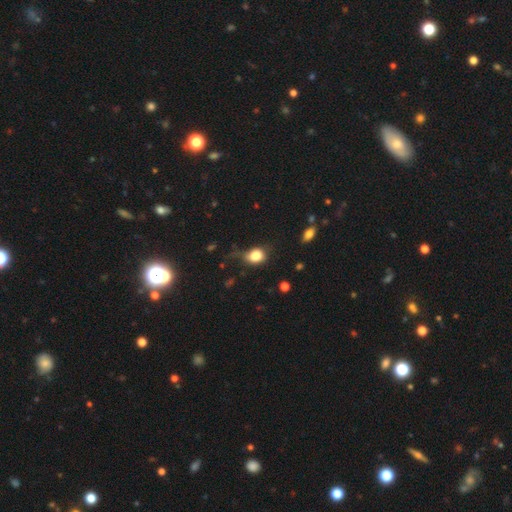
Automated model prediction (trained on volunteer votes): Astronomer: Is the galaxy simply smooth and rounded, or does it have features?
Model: smooth — 82%.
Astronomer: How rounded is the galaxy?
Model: in between — 51% (runner-up: round, 48%).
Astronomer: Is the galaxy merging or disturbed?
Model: none — 47% (runner-up: minor disturbance, 33%).